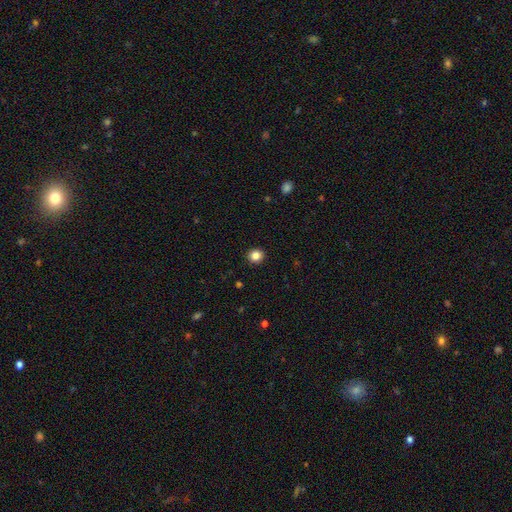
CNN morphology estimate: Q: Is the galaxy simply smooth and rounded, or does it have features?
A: smooth — 84%.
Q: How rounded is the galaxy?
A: round — 86%.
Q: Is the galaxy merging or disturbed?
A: none — 92%.